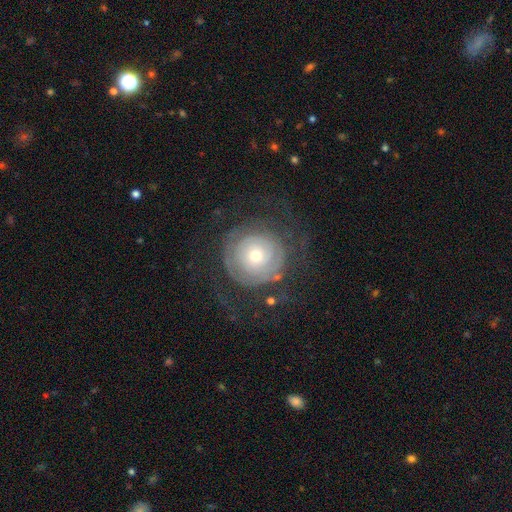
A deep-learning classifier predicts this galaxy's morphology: Smooth or featured? featured or disk (63%)
Edge-on disk? no (96%)
Bar? no (86%)
Spiral arms? yes (67%)
Bulge size? small (53%)
Merging? none (69%)